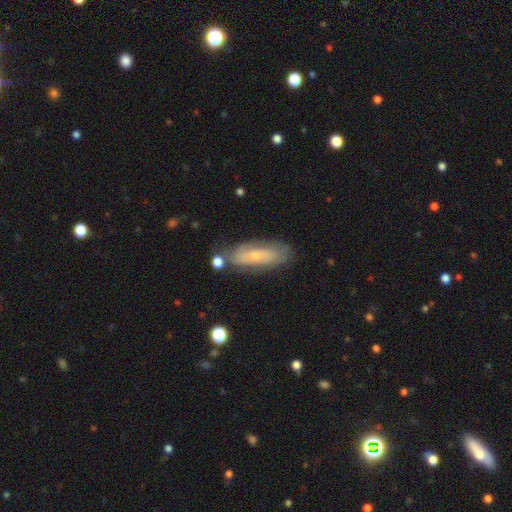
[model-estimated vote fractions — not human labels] featured or disk 51%, smooth 41%, star or artifact 8%. Down the decision tree: edge-on disk — no (78%); merging — none (70%).